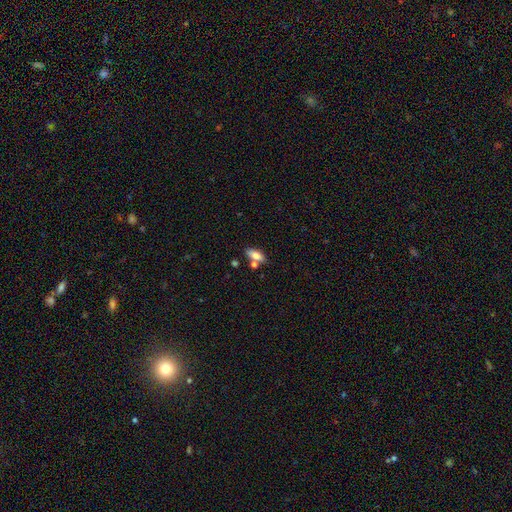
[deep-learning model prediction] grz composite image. It shows a smooth galaxy with no disk features (77%) that is in between round and cigar-shaped (77%). Merging: none (61%).